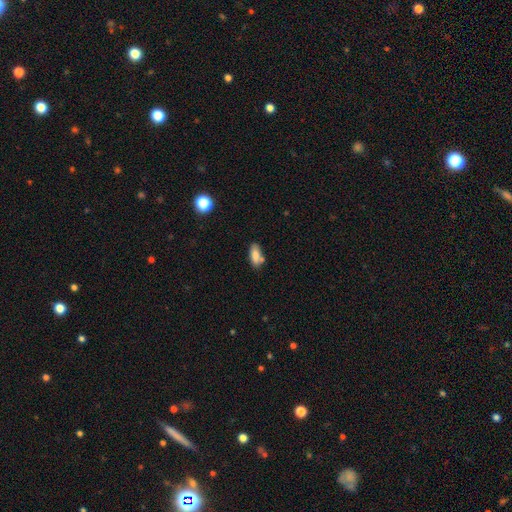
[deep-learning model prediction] smooth_or_featured: smooth (p=0.81) [alt: featured or disk p=0.11]
how_rounded: in between (p=0.83) [alt: cigar-shaped p=0.14]
merging: none (p=0.64) [alt: minor disturbance p=0.17]